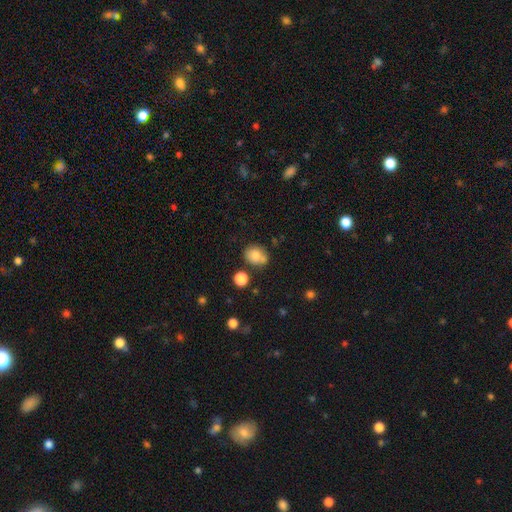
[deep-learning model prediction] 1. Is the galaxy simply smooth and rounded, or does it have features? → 78% smooth, 11% featured or disk, 10% star or artifact.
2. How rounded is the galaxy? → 64% round, 35% in between, 1% cigar-shaped.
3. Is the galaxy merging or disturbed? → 59% none, 20% merger, 16% minor disturbance, 5% major disturbance.